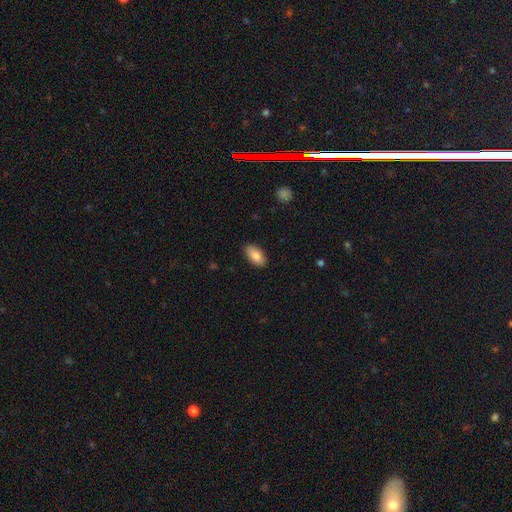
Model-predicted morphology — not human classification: This appears to be a smooth galaxy with no disk features (84%) that is in between round and cigar-shaped (93%). Merging: none (87%).